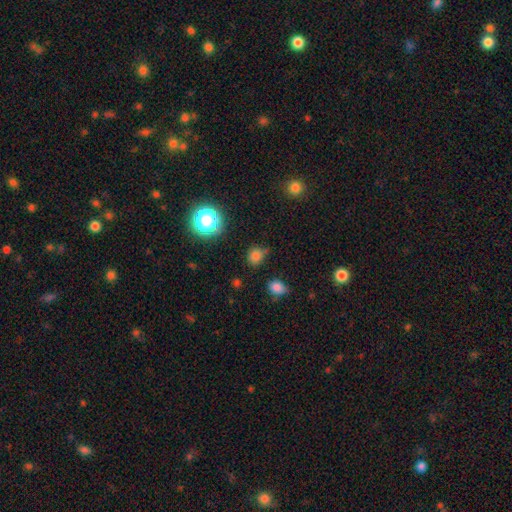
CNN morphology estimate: type=smooth (73%); roundness=round (74%); merging=none (70%).